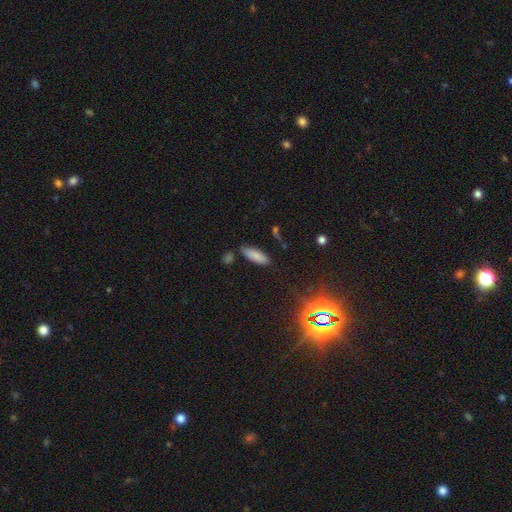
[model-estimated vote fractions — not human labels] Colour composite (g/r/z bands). It shows a smooth galaxy with no disk features (83%) that is in between round and cigar-shaped (56%). Merging: none (81%).